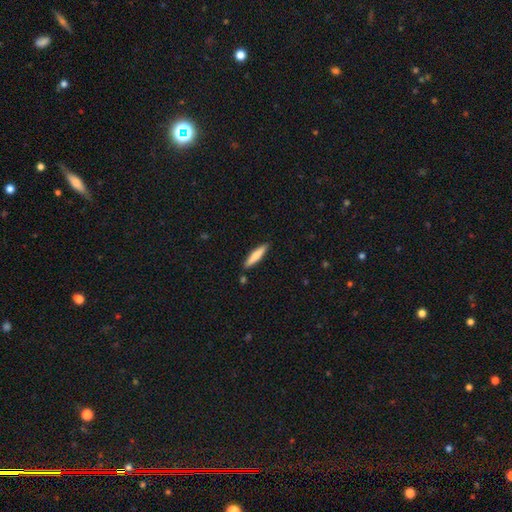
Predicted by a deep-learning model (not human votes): smooth 73%, featured or disk 22%, star or artifact 5%. Down the decision tree: how rounded — cigar-shaped (86%); merging — none (87%).